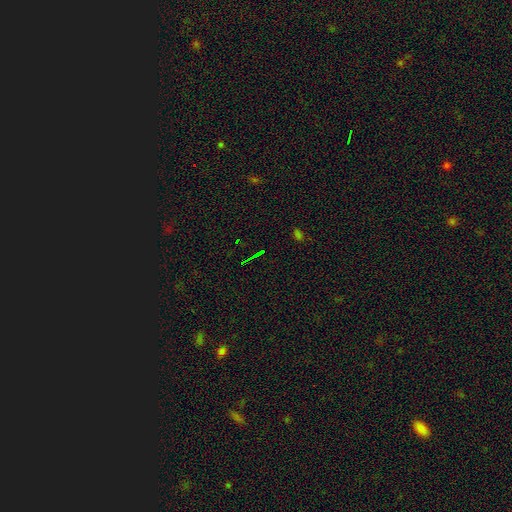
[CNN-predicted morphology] smooth_or_featured: star or artifact (p=0.74) [alt: smooth p=0.13]